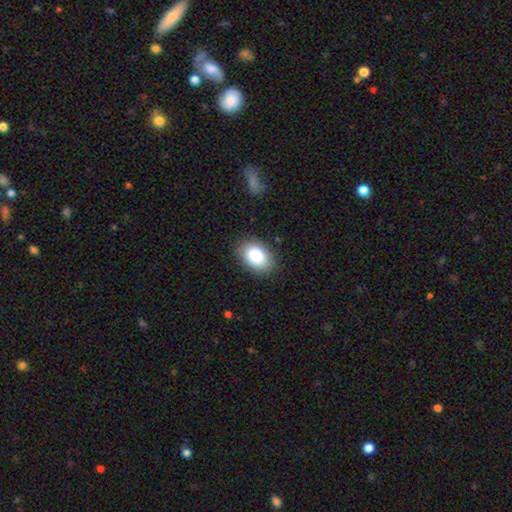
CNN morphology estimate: Smooth or featured? Predicted: smooth (p=0.88). How rounded? Predicted: in between (p=0.84). Merging? Predicted: none (p=0.85).